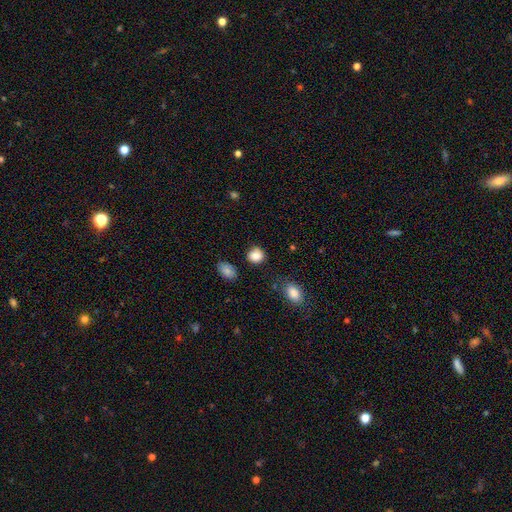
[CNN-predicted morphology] This appears to be a smooth galaxy with no disk features (86%) that is round (78%). Merging: none (79%).